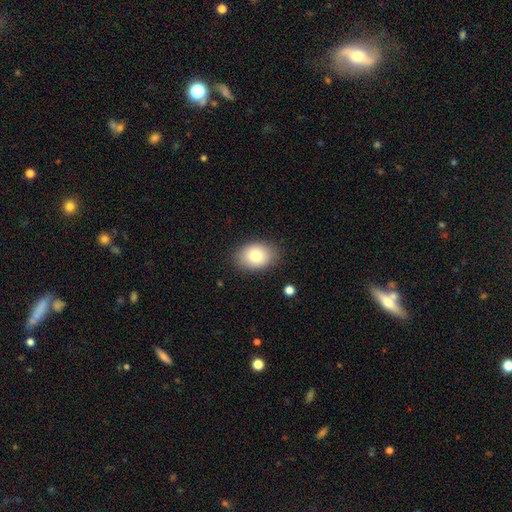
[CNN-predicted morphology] The model was most divided on "how rounded": in between: 77%, round: 22%, cigar-shaped: 1%. More confident: merging — none (85%); smooth or featured — smooth (82%).